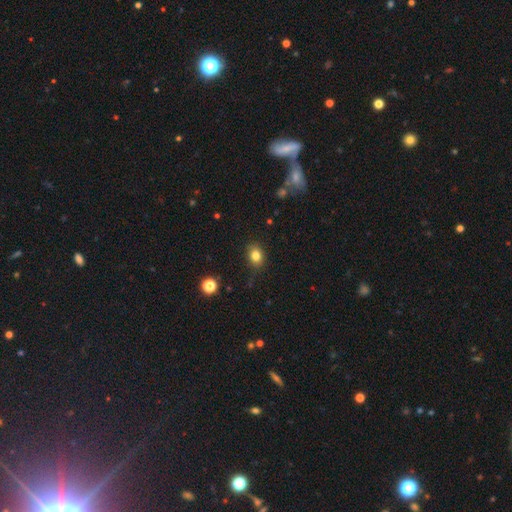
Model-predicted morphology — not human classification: type=smooth (82%); roundness=in between (57%); merging=none (83%).